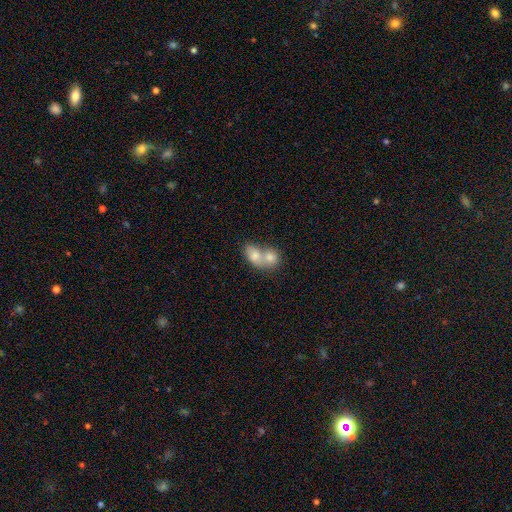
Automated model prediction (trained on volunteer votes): Overall: smooth (71%). How rounded: in between (57%; round 41%). Merging: merger (76%).